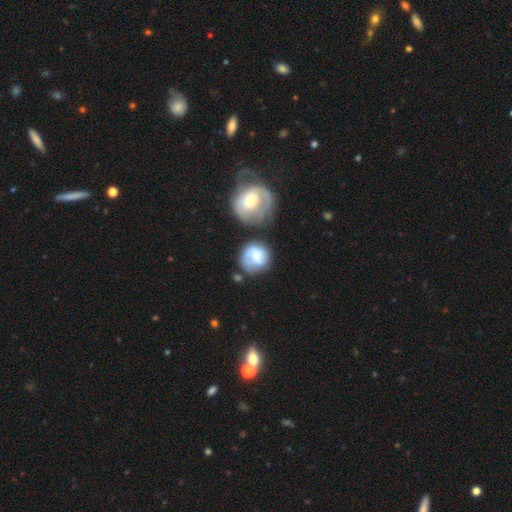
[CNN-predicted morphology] The model was most divided on "smooth or featured": smooth: 48%, featured or disk: 45%, star or artifact: 7%. Remaining: merging — none (46%).